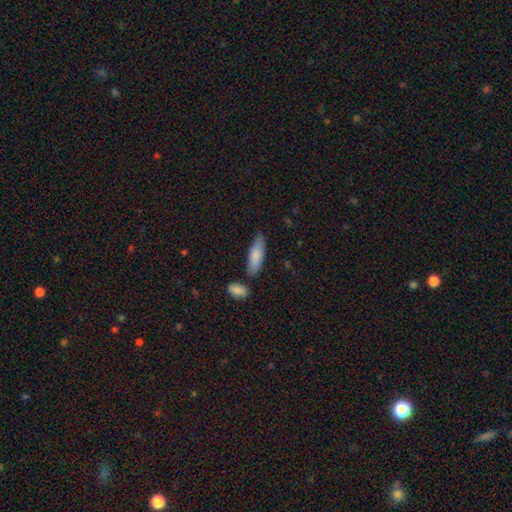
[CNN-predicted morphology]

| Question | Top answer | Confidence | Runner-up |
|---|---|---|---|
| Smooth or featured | smooth | 80% | featured or disk (14%) |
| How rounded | in between | 57% | cigar-shaped (41%) |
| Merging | none | 74% | minor disturbance (17%) |